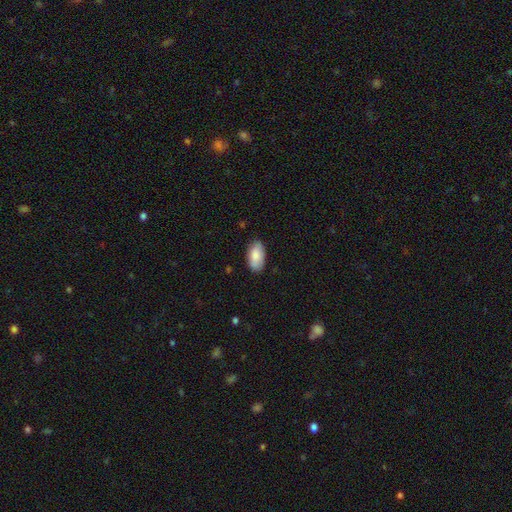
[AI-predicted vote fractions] Overall: smooth (86%). How rounded: in between (95%). Merging: none (83%).